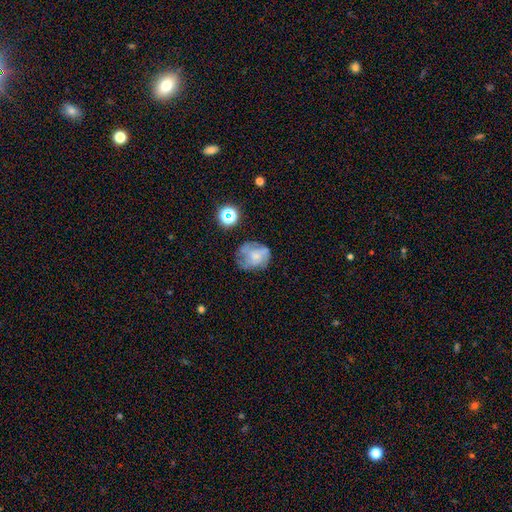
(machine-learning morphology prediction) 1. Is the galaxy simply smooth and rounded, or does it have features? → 47% featured or disk, 40% smooth, 13% star or artifact.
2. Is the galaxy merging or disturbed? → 52% none, 26% minor disturbance, 18% major disturbance, 4% merger.